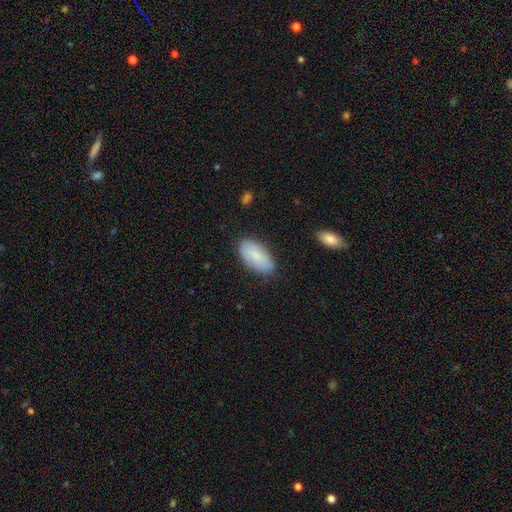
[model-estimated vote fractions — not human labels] Q: Smooth or featured?
A: smooth (83%); runner-up: featured or disk (11%)
Q: How rounded?
A: in between (94%); runner-up: cigar-shaped (3%)
Q: Merging?
A: none (82%); runner-up: minor disturbance (13%)